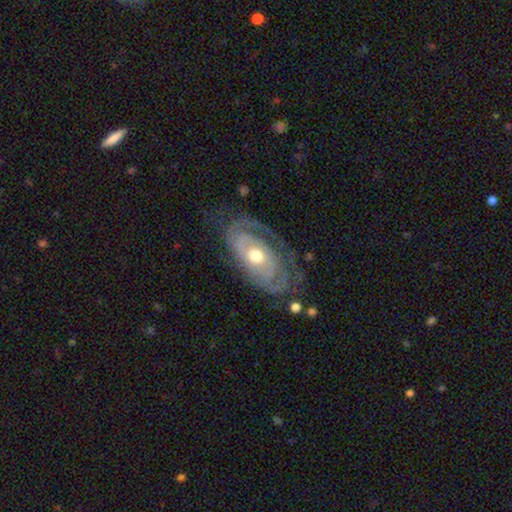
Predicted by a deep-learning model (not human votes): Smooth or featured?
  - featured or disk: 82% *
  - smooth: 14%
  - star or artifact: 5%
Edge-on disk?
  - no: 94% *
  - yes: 6%
Bar?
  - no: 76% *
  - weak: 18%
  - strong: 5%
Spiral arms?
  - yes: 87% *
  - no: 13%
Spiral winding?
  - tight: 59% *
  - medium: 28%
  - loose: 12%
Spiral arm count?
  - 2: 48% *
  - can't tell: 27%
  - 1: 11%
  - 3: 8%
  - 4: 3%
  - more than 4: 3%
Bulge size?
  - moderate: 74% *
  - small: 15%
  - large: 9%
  - dominant: 1%
  - none: 1%
Merging?
  - none: 66% *
  - minor disturbance: 20%
  - major disturbance: 13%
  - merger: 2%